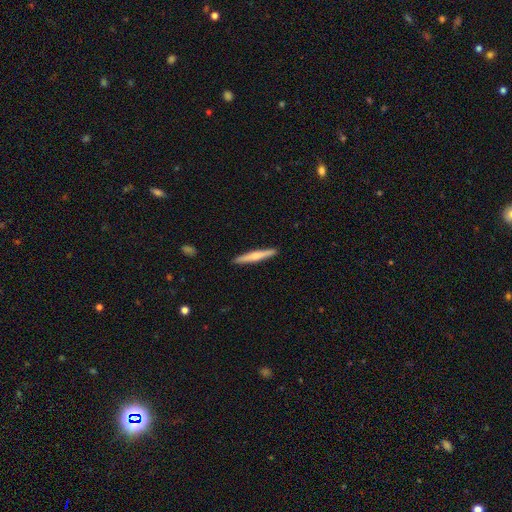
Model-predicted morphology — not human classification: Q: Smooth or featured?
A: smooth (59%); runner-up: featured or disk (36%)
Q: How rounded?
A: cigar-shaped (95%); runner-up: in between (4%)
Q: Merging?
A: none (91%); runner-up: minor disturbance (6%)